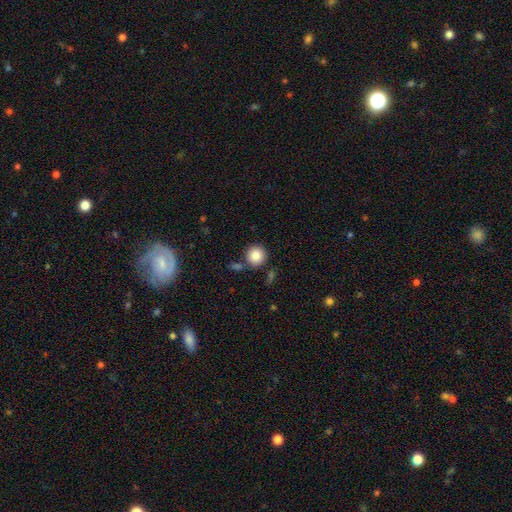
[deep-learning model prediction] Smooth or featured? Predicted: smooth (p=0.86). How rounded? Predicted: round (p=0.92). Merging? Predicted: none (p=0.80).